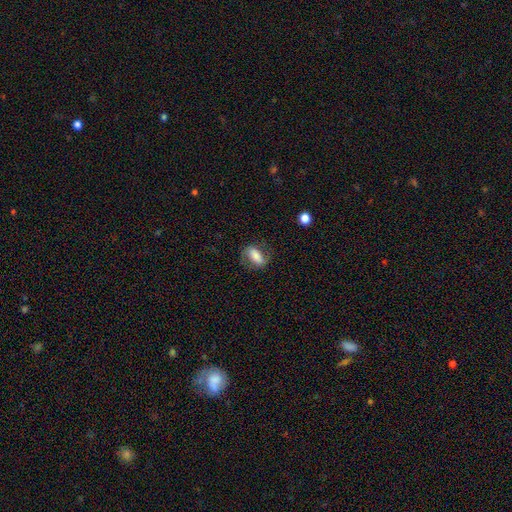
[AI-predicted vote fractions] smooth-or-featured: smooth: 55% | featured or disk: 37% | star or artifact: 8%
  how-rounded: in between: 82% | cigar-shaped: 9% | round: 9%
  merging: none: 66% | minor disturbance: 20% | major disturbance: 12% | merger: 2%